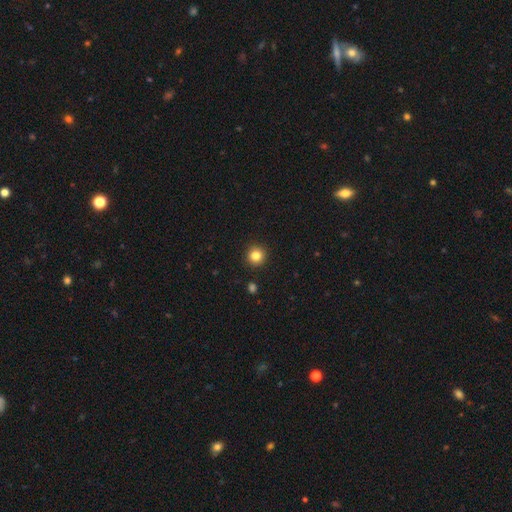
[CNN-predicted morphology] Smooth or featured: smooth — 83% (star or artifact — 11%)
How rounded: round — 94% (in between — 5%)
Merging: none — 92% (minor disturbance — 5%)